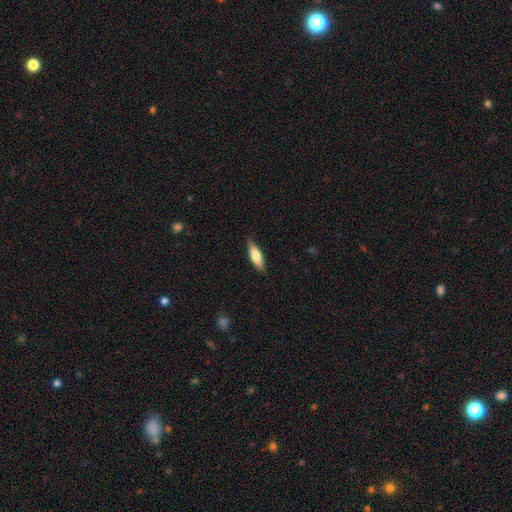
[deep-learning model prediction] A smooth galaxy with no disk features (69%) that is cigar-shaped (58%).

Vote fractions:
- Smooth or featured? smooth: 69% / featured or disk: 26% / star or artifact: 6%
- How rounded? cigar-shaped: 58% / in between: 40% / round: 2%
- Merging? none: 86% / minor disturbance: 11% / major disturbance: 2% / merger: 1%